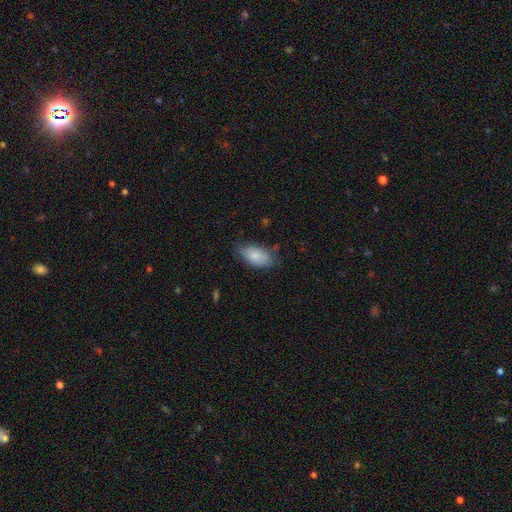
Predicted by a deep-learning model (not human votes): A smooth galaxy with no disk features (83%) that is in between round and cigar-shaped (93%). Merging: none (64%).